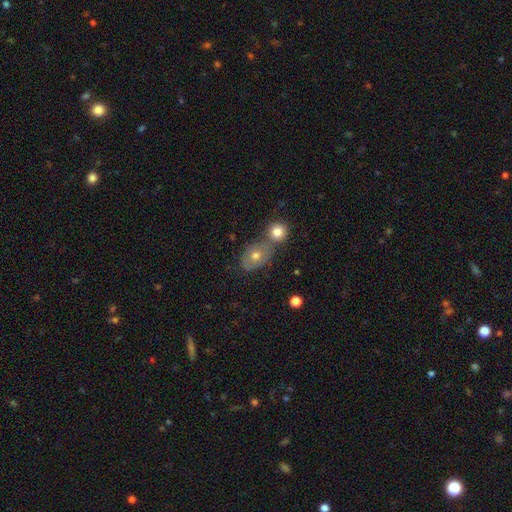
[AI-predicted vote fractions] Q: Smooth or featured?
A: smooth (58%); runner-up: featured or disk (31%)
Q: How rounded?
A: in between (60%); runner-up: round (38%)
Q: Merging?
A: none (42%); runner-up: merger (40%)